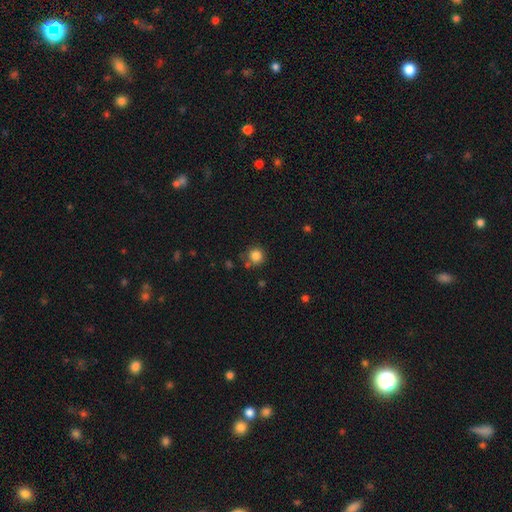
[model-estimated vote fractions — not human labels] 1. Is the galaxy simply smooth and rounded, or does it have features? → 84% smooth, 11% star or artifact, 4% featured or disk.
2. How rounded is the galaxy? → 93% round, 6% in between, 1% cigar-shaped.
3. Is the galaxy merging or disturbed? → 78% none, 11% minor disturbance, 7% merger, 4% major disturbance.